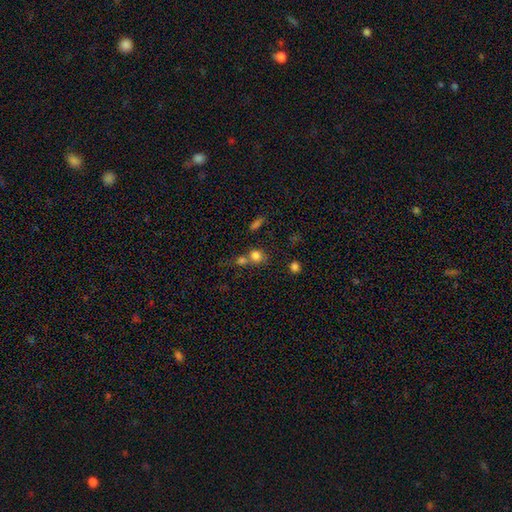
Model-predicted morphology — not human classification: type=smooth (78%); roundness=round (81%); merging=merger (44%, tied with none).